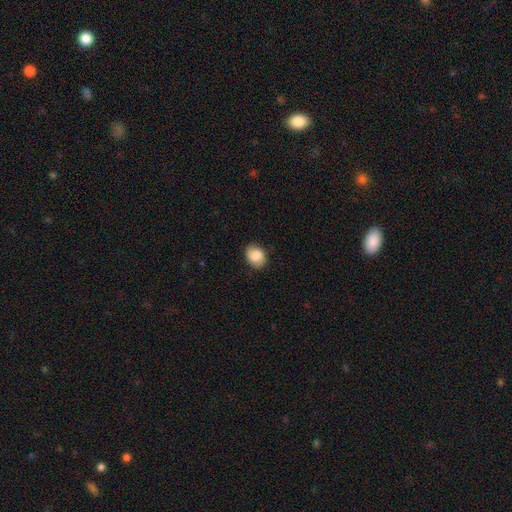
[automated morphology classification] Smooth or featured: smooth — 87% (star or artifact — 7%)
How rounded: in between — 55% (round — 44%)
Merging: none — 81% (minor disturbance — 14%)